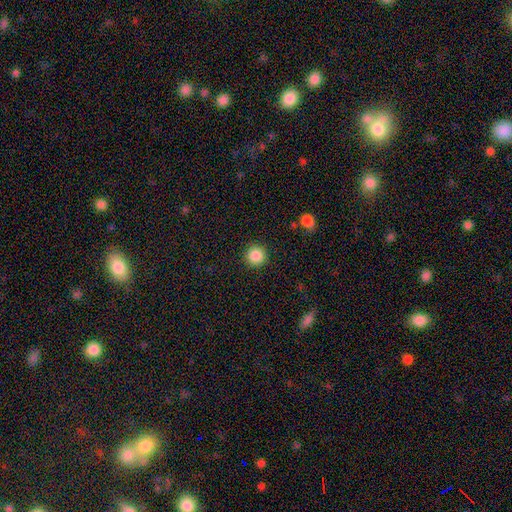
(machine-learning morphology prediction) A smooth galaxy with no disk features (87%) that is round (95%).

Vote fractions:
- Smooth or featured? smooth: 87% / star or artifact: 10% / featured or disk: 3%
- How rounded? round: 95% / in between: 4% / cigar-shaped: 1%
- Merging? none: 92% / minor disturbance: 5% / major disturbance: 2% / merger: 1%